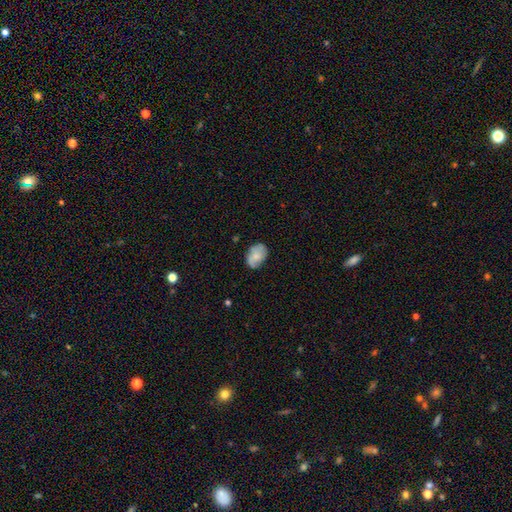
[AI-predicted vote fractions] smooth_or_featured: smooth (p=0.64) [alt: featured or disk p=0.28]
how_rounded: in between (p=0.80) [alt: round p=0.19]
merging: none (p=0.70) [alt: minor disturbance p=0.23]